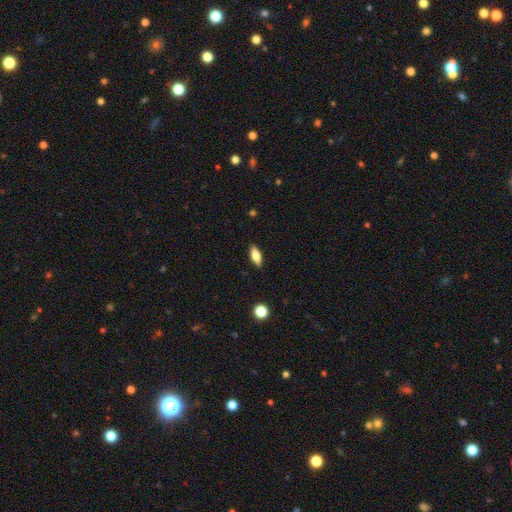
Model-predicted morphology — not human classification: smooth 68%, featured or disk 24%, star or artifact 8%. Down the decision tree: how rounded — in between (74%); merging — none (87%).